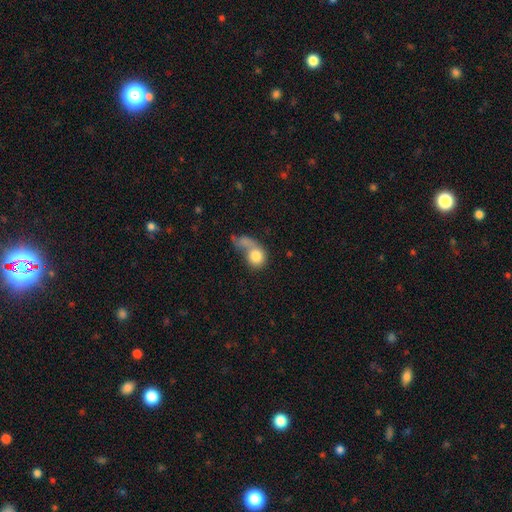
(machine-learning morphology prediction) A smooth galaxy with no disk features (79%) that is round (72%). Merging: merger (40%).